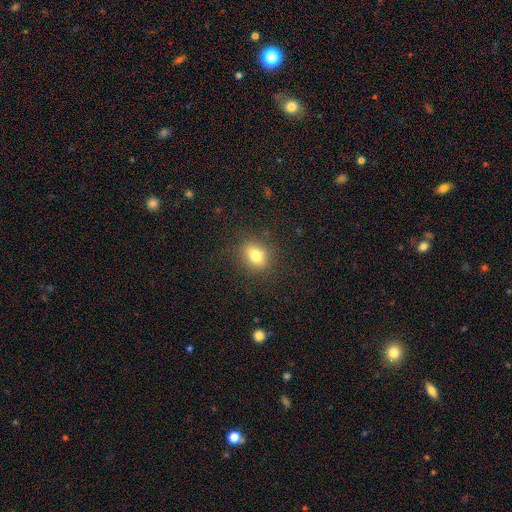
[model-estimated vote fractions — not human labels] Morphology: type=smooth (78%); roundness=in between (52%); merging=none (85%).